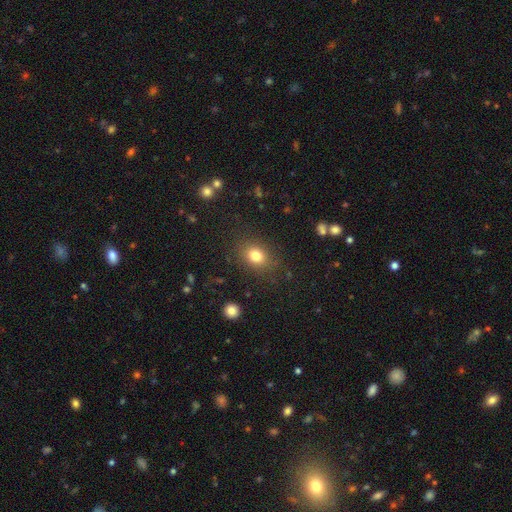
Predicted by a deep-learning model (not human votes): A smooth galaxy with no disk features (81%) that is in between round and cigar-shaped (53%).

Vote fractions:
- Smooth or featured? smooth: 81% / star or artifact: 12% / featured or disk: 8%
- How rounded? in between: 53% / round: 46% / cigar-shaped: 1%
- Merging? none: 83% / minor disturbance: 11% / major disturbance: 4% / merger: 1%